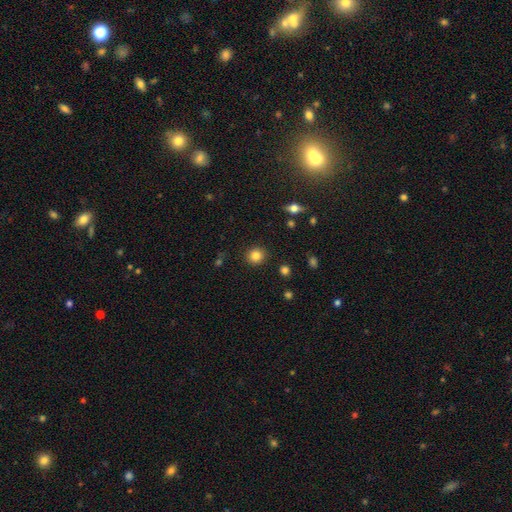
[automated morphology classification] The model was most divided on "smooth or featured": smooth: 83%, star or artifact: 11%, featured or disk: 6%. More confident: merging — none (90%); how rounded — round (89%).